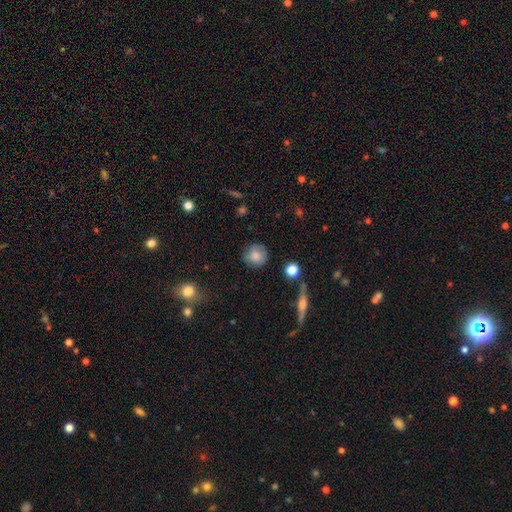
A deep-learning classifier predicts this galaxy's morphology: smooth 77%, featured or disk 14%, star or artifact 9%. Down the decision tree: how rounded — round (89%); merging — none (74%).